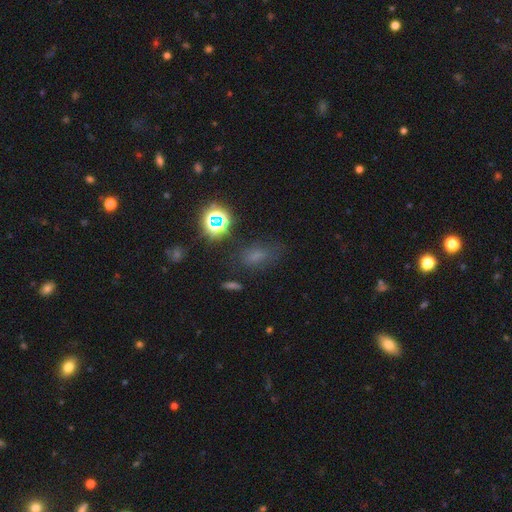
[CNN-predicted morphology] type=smooth (55%); roundness=in between (73%); merging=none (64%).